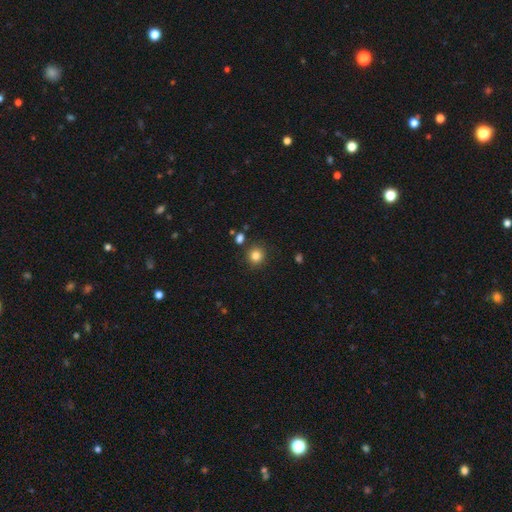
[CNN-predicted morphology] A smooth galaxy with no disk features (83%) that is round (90%).

Vote fractions:
- Smooth or featured? smooth: 83% / star or artifact: 12% / featured or disk: 5%
- How rounded? round: 90% / in between: 9% / cigar-shaped: 1%
- Merging? none: 87% / minor disturbance: 7% / merger: 4% / major disturbance: 2%